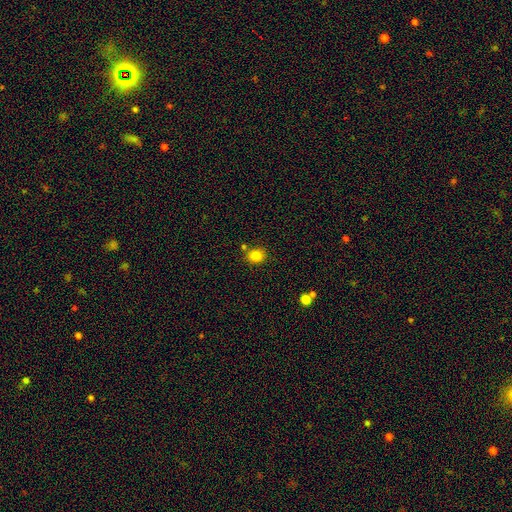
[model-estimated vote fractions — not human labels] Smooth or featured?
  - smooth: 84% *
  - star or artifact: 11%
  - featured or disk: 5%
How rounded?
  - round: 78% *
  - in between: 21%
  - cigar-shaped: 1%
Merging?
  - none: 77% *
  - merger: 10%
  - minor disturbance: 10%
  - major disturbance: 3%